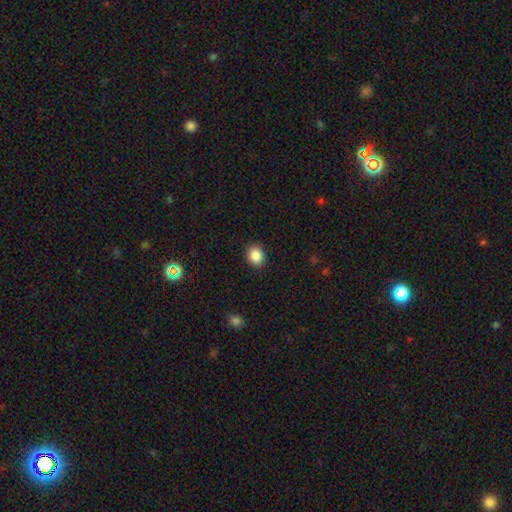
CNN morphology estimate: This is clearly a smooth galaxy (88%). How rounded: possibly in between (52%). Merging: clearly none (89%).